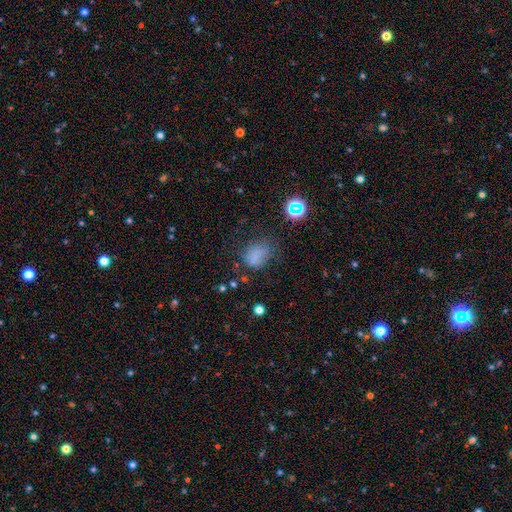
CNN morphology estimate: A smooth galaxy with no disk features (69%) that is in between round and cigar-shaped (57%). Merging: none (50%).